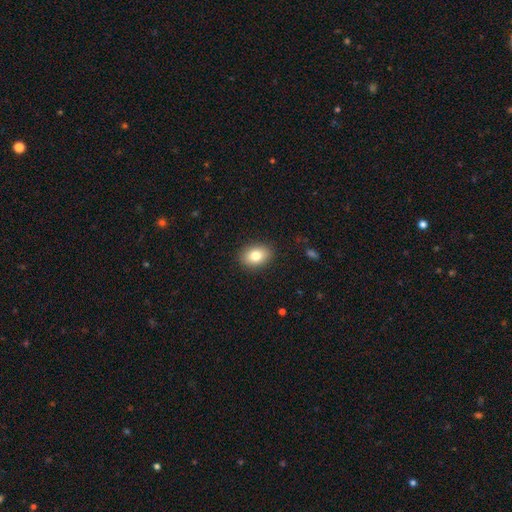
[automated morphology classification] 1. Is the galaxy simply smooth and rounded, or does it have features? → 81% smooth, 10% featured or disk, 9% star or artifact.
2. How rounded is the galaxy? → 73% in between, 26% round, 1% cigar-shaped.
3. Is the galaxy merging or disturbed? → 89% none, 8% minor disturbance, 2% major disturbance, 1% merger.